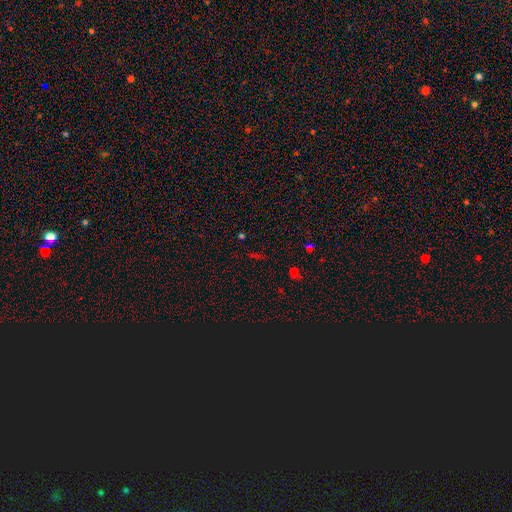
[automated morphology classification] Smooth or featured? Predicted: star or artifact (p=0.61).